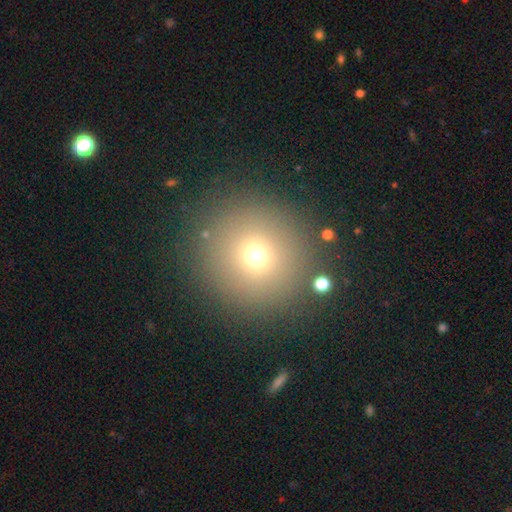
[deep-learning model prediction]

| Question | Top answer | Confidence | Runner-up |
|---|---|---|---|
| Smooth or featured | smooth | 69% | star or artifact (20%) |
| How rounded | round | 94% | in between (5%) |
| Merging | none | 88% | minor disturbance (6%) |